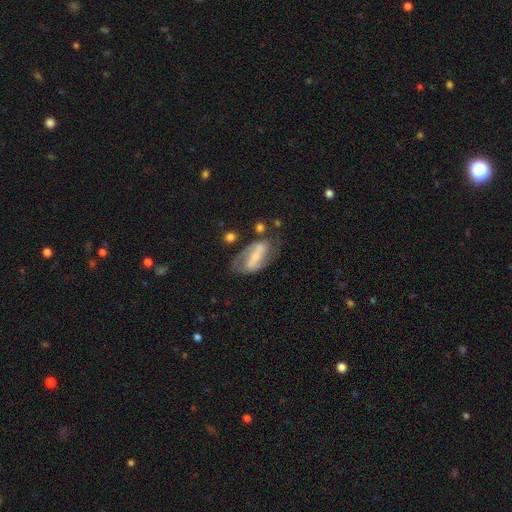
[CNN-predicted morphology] featured or disk 73%, smooth 20%, star or artifact 7%. Down the decision tree: edge-on disk — no (94%); bar — strong (62%); spiral arms — yes (85%); spiral arm count — 2 (83%); spiral winding — medium (46%); bulge size — small (45%); merging — none (60%).